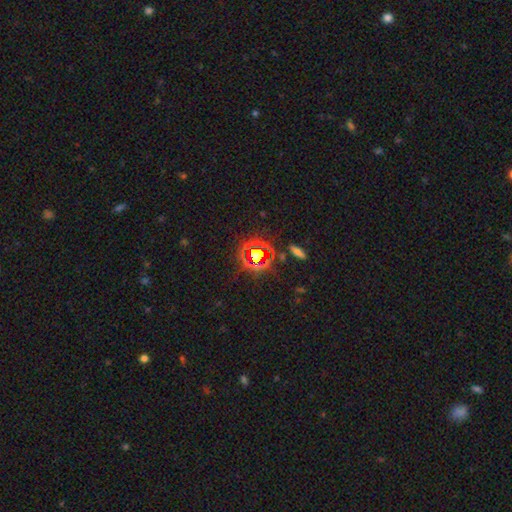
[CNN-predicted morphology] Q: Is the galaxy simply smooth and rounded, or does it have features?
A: star or artifact — 72%.